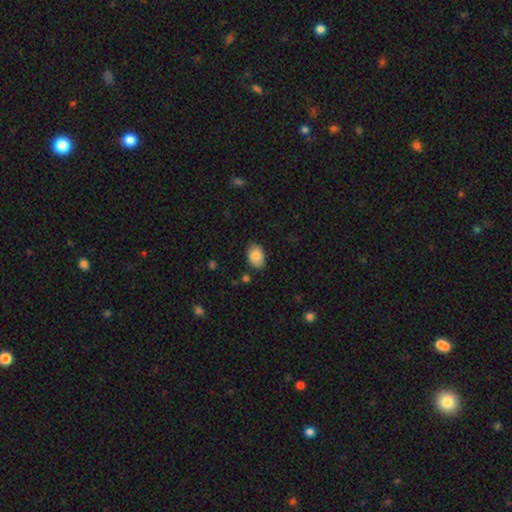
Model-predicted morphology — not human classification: type=smooth (86%); roundness=in between (83%); merging=none (82%).